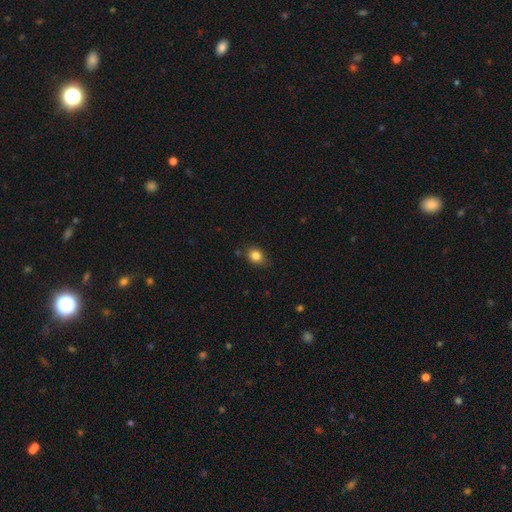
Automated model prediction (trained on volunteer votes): A smooth galaxy with no disk features (84%) that is in between round and cigar-shaped (52%).

Vote fractions:
- Smooth or featured? smooth: 84% / star or artifact: 10% / featured or disk: 6%
- How rounded? in between: 52% / round: 47% / cigar-shaped: 1%
- Merging? none: 80% / minor disturbance: 16% / major disturbance: 3% / merger: 2%